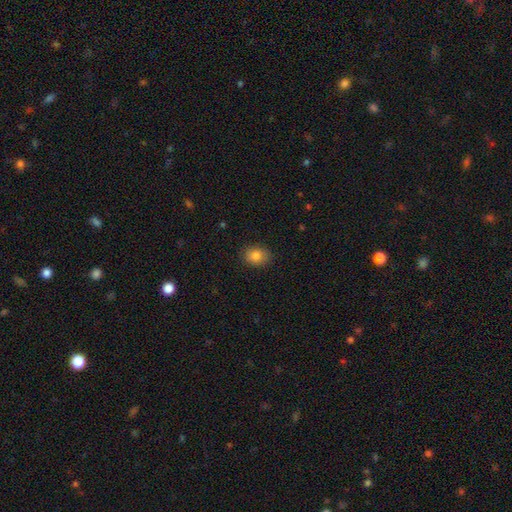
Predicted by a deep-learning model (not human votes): Q: Smooth or featured?
A: smooth (83%); runner-up: star or artifact (10%)
Q: How rounded?
A: in between (56%); runner-up: round (43%)
Q: Merging?
A: none (87%); runner-up: minor disturbance (9%)